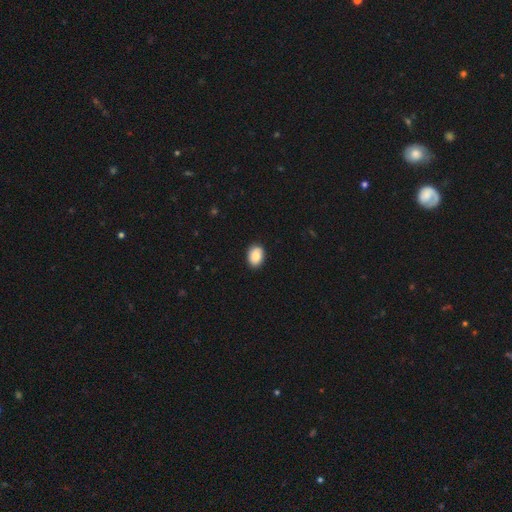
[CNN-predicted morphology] Smooth or featured: smooth — 86% (featured or disk — 7%)
How rounded: in between — 75% (round — 24%)
Merging: none — 87% (minor disturbance — 10%)